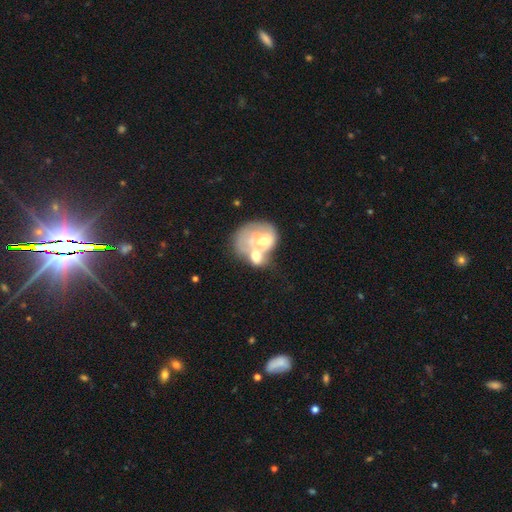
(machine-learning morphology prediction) smooth_or_featured: featured or disk (p=0.56) [alt: smooth p=0.34]
disk_edge_on: no (p=0.98) [alt: yes p=0.02]
bar: no (p=0.91) [alt: weak p=0.07]
has_spiral_arms: no (p=0.88) [alt: yes p=0.12]
bulge_size: moderate (p=0.43) [alt: small p=0.26]
merging: merger (p=0.60) [alt: major disturbance p=0.16]